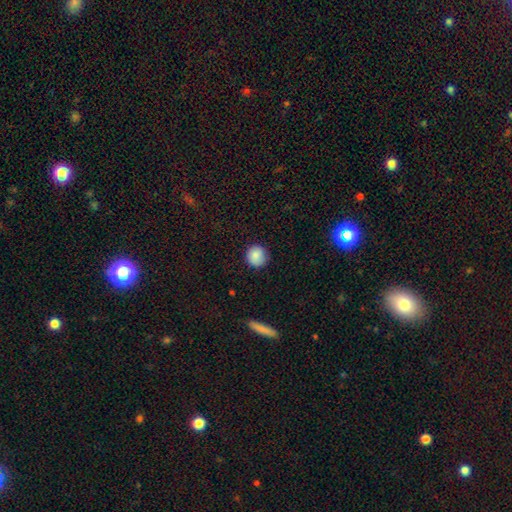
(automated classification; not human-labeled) A smooth galaxy with no disk features (87%) that is round (91%).

Vote fractions:
- Smooth or featured? smooth: 87% / star or artifact: 8% / featured or disk: 5%
- How rounded? round: 91% / in between: 8% / cigar-shaped: 1%
- Merging? none: 84% / minor disturbance: 12% / major disturbance: 3% / merger: 1%